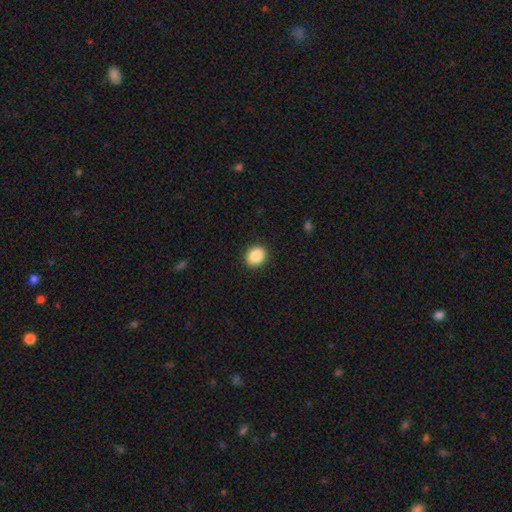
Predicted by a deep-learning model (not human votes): Smooth or featured?
  - smooth: 88% *
  - star or artifact: 8%
  - featured or disk: 4%
How rounded?
  - round: 57% *
  - in between: 42%
  - cigar-shaped: 1%
Merging?
  - none: 91% *
  - minor disturbance: 6%
  - major disturbance: 2%
  - merger: 1%